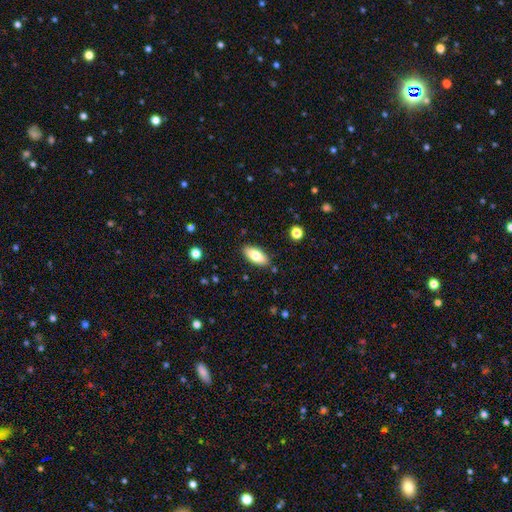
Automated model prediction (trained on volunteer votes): Smooth or featured?
  - smooth: 77% *
  - featured or disk: 16%
  - star or artifact: 7%
How rounded?
  - in between: 86% *
  - cigar-shaped: 12%
  - round: 2%
Merging?
  - none: 87% *
  - minor disturbance: 10%
  - major disturbance: 2%
  - merger: 2%